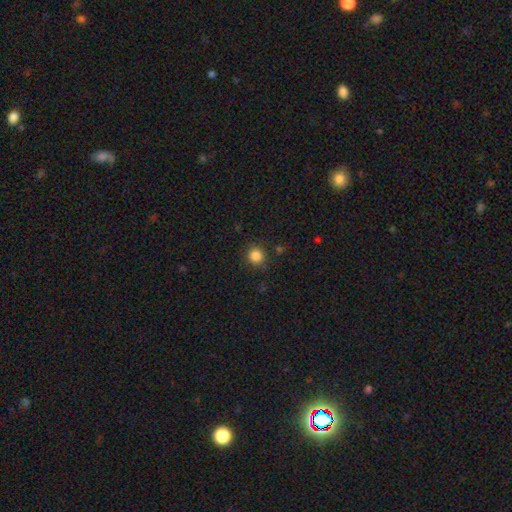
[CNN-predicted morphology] Smooth or featured: smooth — 85% (star or artifact — 12%)
How rounded: round — 90% (in between — 9%)
Merging: none — 87% (minor disturbance — 8%)